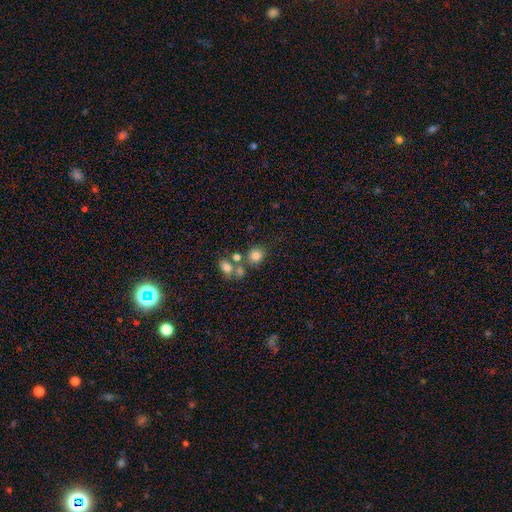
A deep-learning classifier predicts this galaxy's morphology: Smooth or featured? Predicted: smooth (p=0.77). How rounded? Predicted: round (p=0.76). Merging? Predicted: none (p=0.63).